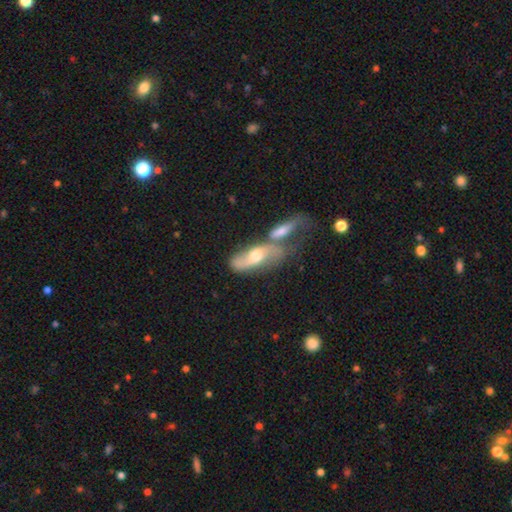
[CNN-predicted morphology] featured or disk 64%, smooth 29%, star or artifact 7%. Down the decision tree: edge-on disk — no (78%); merging — merger (49%).